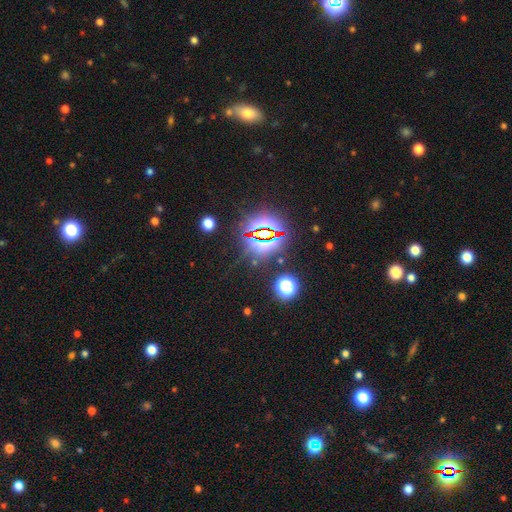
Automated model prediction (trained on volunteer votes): The model was most divided on "smooth or featured": star or artifact: 80%, smooth: 12%, featured or disk: 8%.